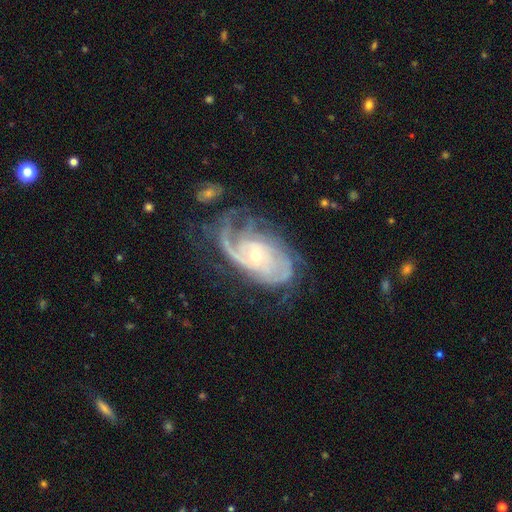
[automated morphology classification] Smooth or featured? Predicted: featured or disk (p=0.88). Edge-on disk? Predicted: no (p=0.96). Bar? Predicted: no (p=0.72). Spiral arms? Predicted: yes (p=0.95). Spiral winding? Predicted: tight (p=0.55). Spiral arm count? Predicted: 2 (p=0.29). Bulge size? Predicted: small (p=0.63). Merging? Predicted: none (p=0.46).